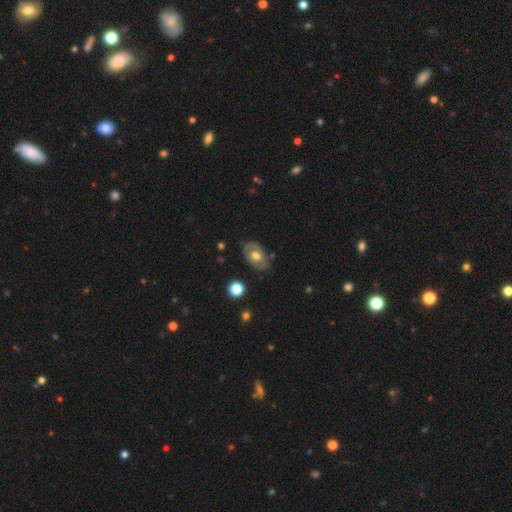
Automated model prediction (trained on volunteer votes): This is likely a featured or disk galaxy (61%). It is clearly not viewed edge-on (94%). Bar: likely no (67%). Spiral arm pattern: possibly yes (56%). Central bulge: likely moderate (68%). Merging: likely none (71%).